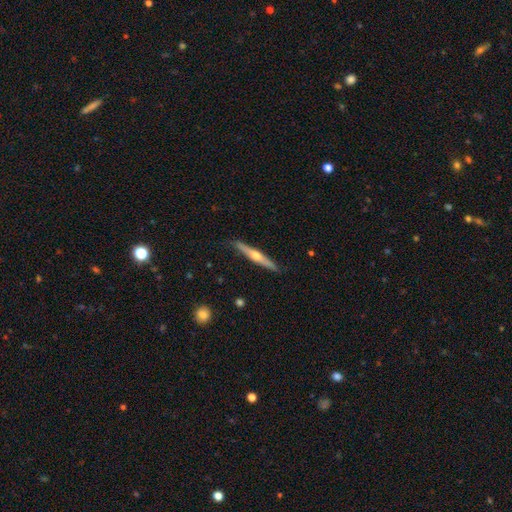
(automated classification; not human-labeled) smooth-or-featured: featured or disk: 69% | smooth: 25% | star or artifact: 5%
  disk-edge-on: yes: 97% | no: 3%
    edge-on-bulge: rounded: 92% | none: 6% | boxy: 3%
  merging: none: 88% | minor disturbance: 9% | major disturbance: 2% | merger: 1%